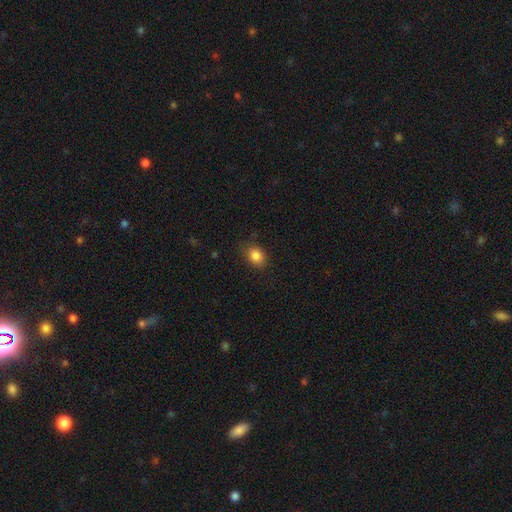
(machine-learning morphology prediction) A smooth galaxy with no disk features (85%) that is in between round and cigar-shaped (61%).

Vote fractions:
- Smooth or featured? smooth: 85% / star or artifact: 9% / featured or disk: 5%
- How rounded? in between: 61% / round: 38% / cigar-shaped: 1%
- Merging? none: 82% / minor disturbance: 14% / major disturbance: 3% / merger: 1%